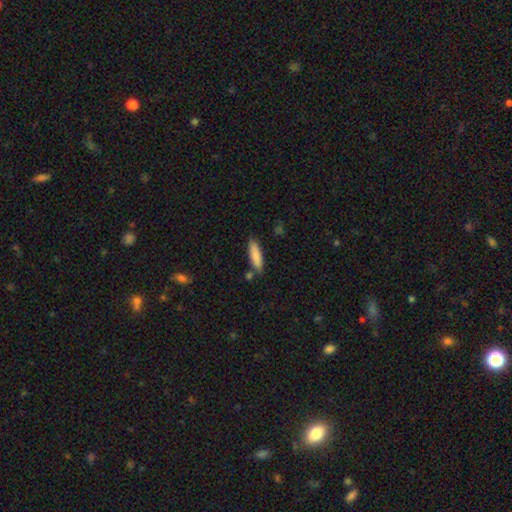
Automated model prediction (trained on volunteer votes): smooth_or_featured: smooth (p=0.86) [alt: featured or disk p=0.08]
how_rounded: cigar-shaped (p=0.63) [alt: in between p=0.35]
merging: none (p=0.80) [alt: minor disturbance p=0.13]